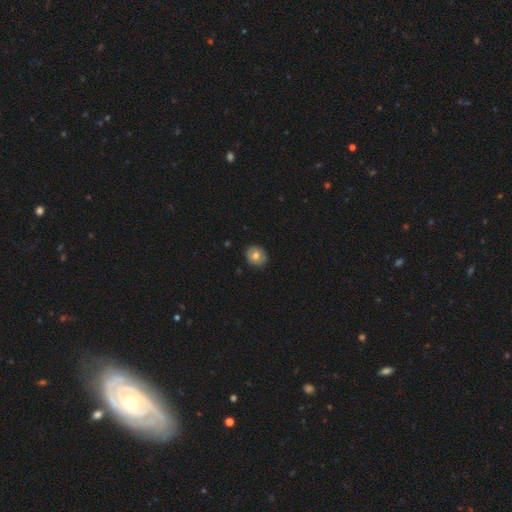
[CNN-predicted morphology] A smooth galaxy with no disk features (70%) that is round (77%).

Vote fractions:
- Smooth or featured? smooth: 70% / featured or disk: 21% / star or artifact: 8%
- How rounded? round: 77% / in between: 22% / cigar-shaped: 1%
- Merging? none: 88% / minor disturbance: 9% / major disturbance: 2% / merger: 1%